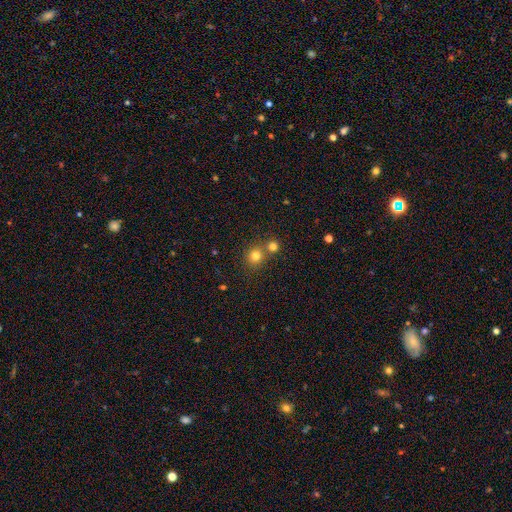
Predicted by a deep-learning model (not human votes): Morphology: type=smooth (79%); roundness=round (88%); merging=none (60%).